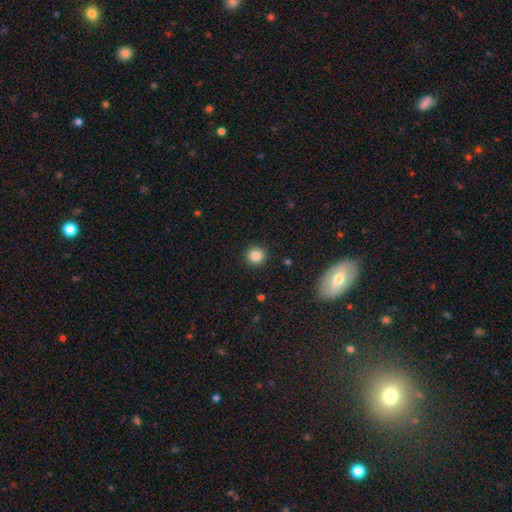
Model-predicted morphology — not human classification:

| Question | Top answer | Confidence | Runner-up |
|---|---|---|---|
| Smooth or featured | smooth | 85% | star or artifact (10%) |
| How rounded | round | 92% | in between (7%) |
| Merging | none | 92% | minor disturbance (5%) |